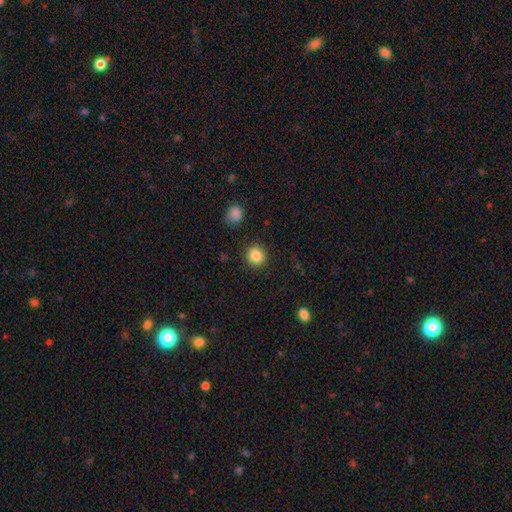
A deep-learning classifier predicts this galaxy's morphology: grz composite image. It shows a smooth galaxy with no disk features (86%) that is round (85%). Merging: none (89%).